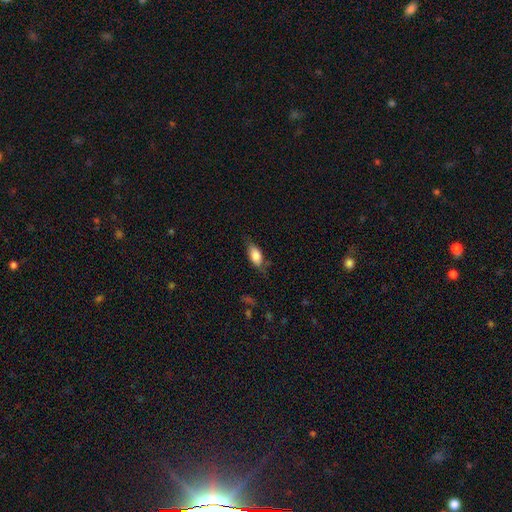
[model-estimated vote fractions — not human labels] The model was most divided on "merging": none: 65%, minor disturbance: 25%, major disturbance: 8%, merger: 2%. More confident: how rounded — in between (86%); smooth or featured — smooth (77%).